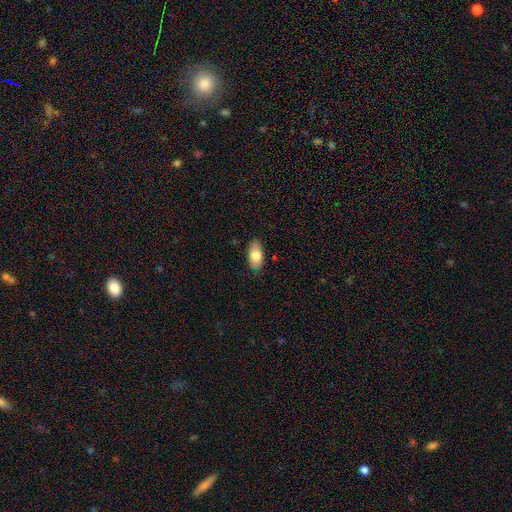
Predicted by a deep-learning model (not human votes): Smooth or featured? Predicted: smooth (p=0.76). How rounded? Predicted: in between (p=0.92). Merging? Predicted: none (p=0.85).